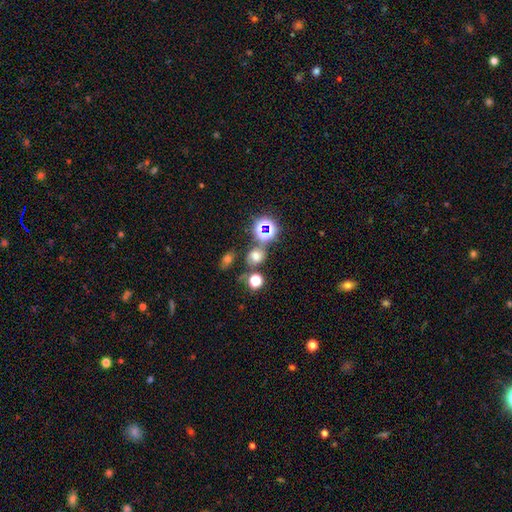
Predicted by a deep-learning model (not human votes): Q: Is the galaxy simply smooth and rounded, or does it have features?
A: smooth — 56%.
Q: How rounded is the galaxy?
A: round — 71%.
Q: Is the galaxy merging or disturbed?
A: none — 65%.